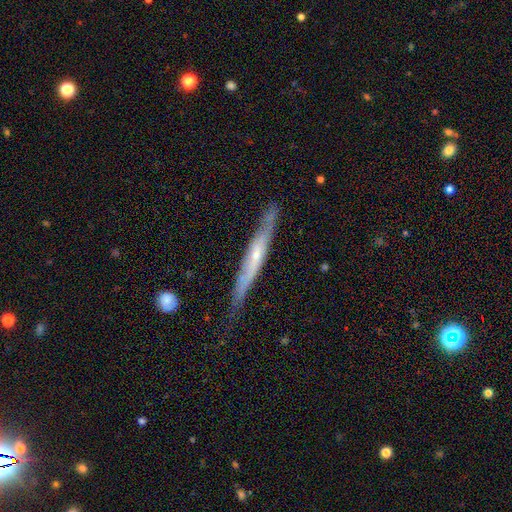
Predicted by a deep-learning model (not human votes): smooth_or_featured: featured or disk (p=0.67) [alt: smooth p=0.27]
disk_edge_on: yes (p=0.88) [alt: no p=0.12]
edge_on_bulge: rounded (p=0.47) [alt: none p=0.46]
merging: none (p=0.75) [alt: minor disturbance p=0.20]